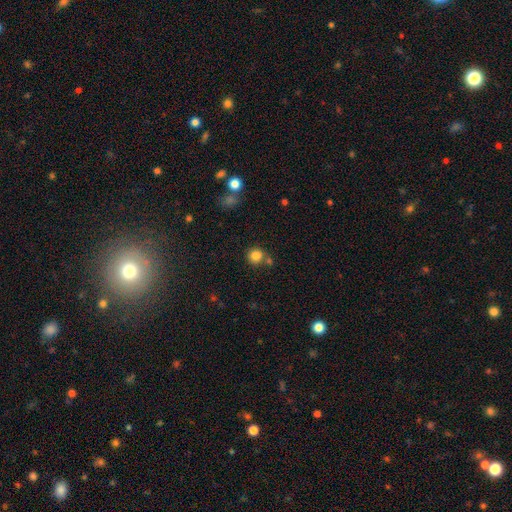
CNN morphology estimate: smooth-or-featured: smooth: 82% | star or artifact: 12% | featured or disk: 6%
  how-rounded: round: 92% | in between: 7% | cigar-shaped: 1%
  merging: none: 69% | merger: 17% | minor disturbance: 11% | major disturbance: 4%